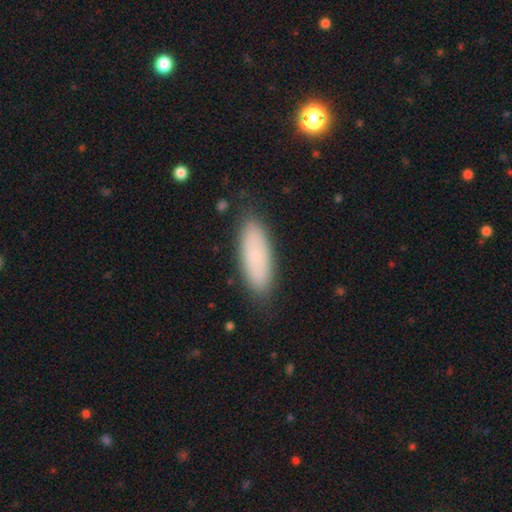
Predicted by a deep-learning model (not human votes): Overall: smooth (80%). How rounded: in between (67%; cigar-shaped 31%). Merging: none (84%).